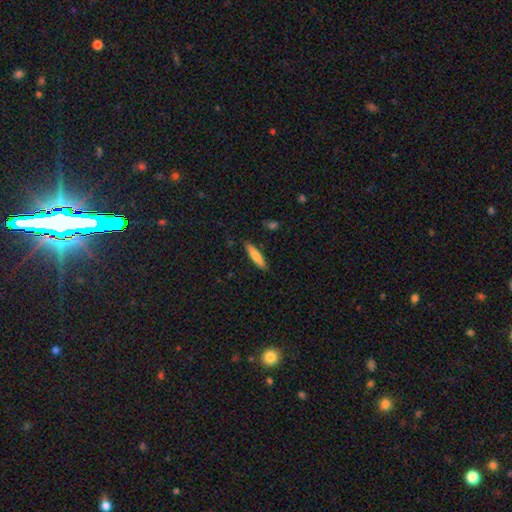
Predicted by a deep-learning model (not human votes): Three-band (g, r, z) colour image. It shows a smooth galaxy with no disk features (77%) that is cigar-shaped (81%). Merging: none (86%).